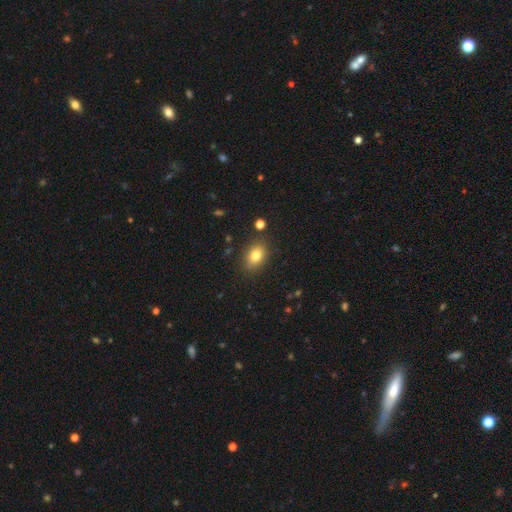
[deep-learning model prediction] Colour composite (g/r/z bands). It shows a smooth galaxy with no disk features (81%) that is in between round and cigar-shaped (75%). Merging: none (85%).